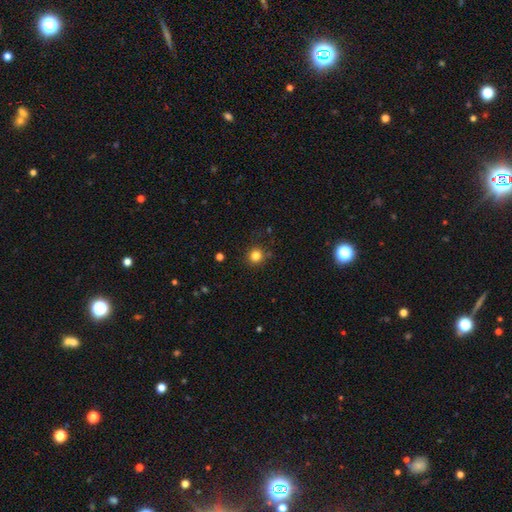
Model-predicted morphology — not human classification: type=smooth (82%); roundness=round (90%); merging=none (86%).